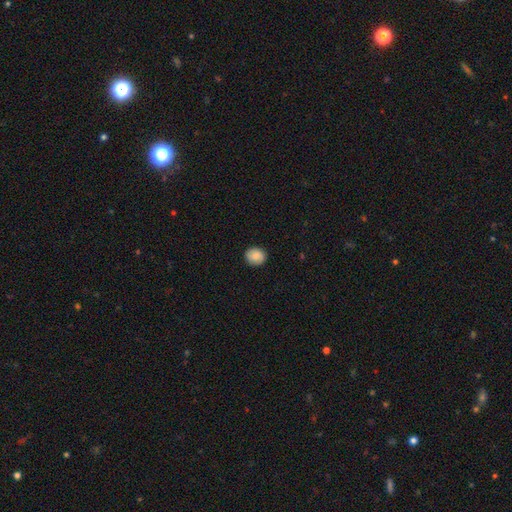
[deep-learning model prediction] Q: Smooth or featured?
A: smooth (85%); runner-up: star or artifact (8%)
Q: How rounded?
A: round (74%); runner-up: in between (26%)
Q: Merging?
A: none (90%); runner-up: minor disturbance (8%)